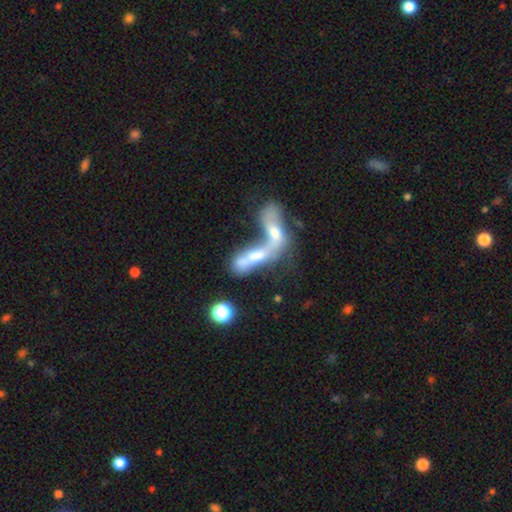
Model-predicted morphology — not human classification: Smooth or featured: featured or disk — 50% (smooth — 38%)
Edge-on disk: no — 77% (yes — 23%)
Merging: merger — 77% (major disturbance — 10%)